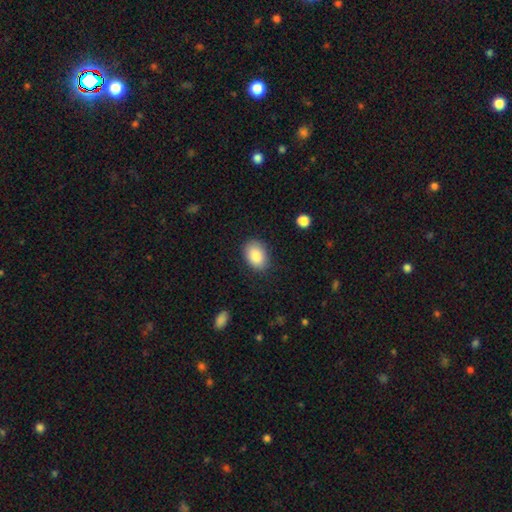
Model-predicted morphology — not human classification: Smooth or featured: smooth — 87% (star or artifact — 7%)
How rounded: in between — 79% (round — 20%)
Merging: none — 84% (minor disturbance — 12%)